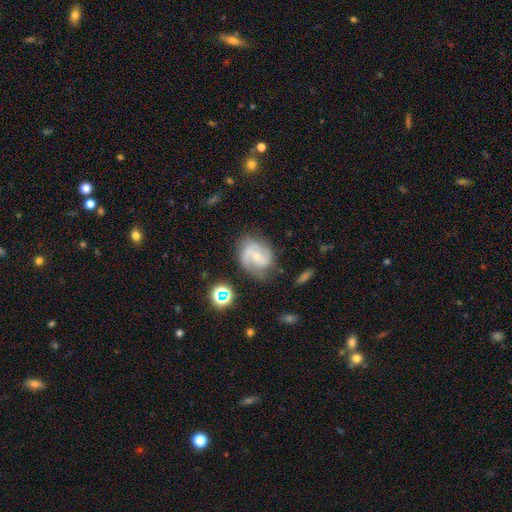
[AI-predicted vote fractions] This appears to be a featured or disk galaxy (78%) with a weak bar (43%, tied with no), 2 (72%) medium (49%) spiral arms (94%) and a small central bulge (63%). Merging: none (62%).